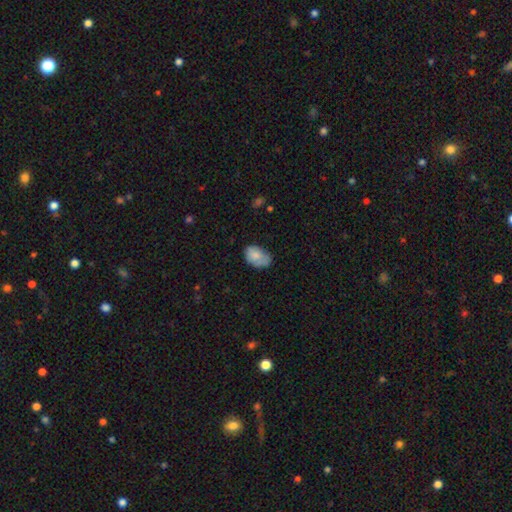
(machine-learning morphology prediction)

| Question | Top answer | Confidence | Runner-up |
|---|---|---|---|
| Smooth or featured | smooth | 78% | featured or disk (15%) |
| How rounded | in between | 88% | round (11%) |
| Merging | none | 56% | minor disturbance (32%) |